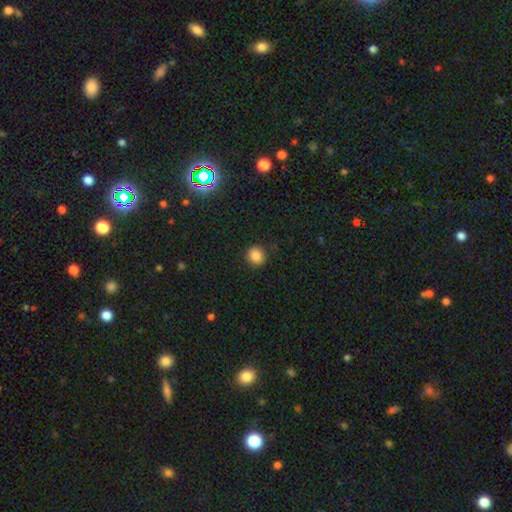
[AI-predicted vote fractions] This appears to be a smooth galaxy with no disk features (84%) that is round (88%). Merging: none (90%).